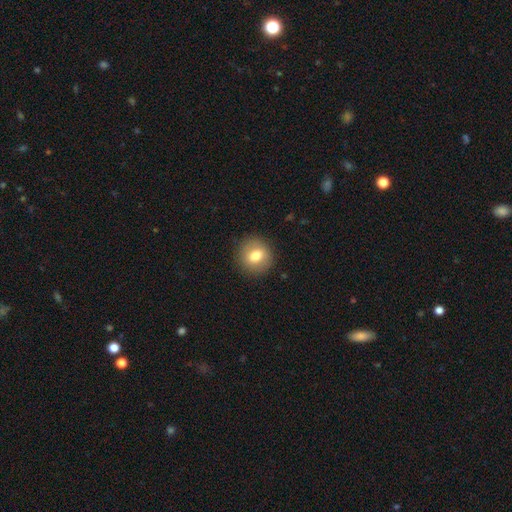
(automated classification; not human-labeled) A smooth galaxy with no disk features (75%) that is round (86%).

Vote fractions:
- Smooth or featured? smooth: 75% / featured or disk: 17% / star or artifact: 9%
- How rounded? round: 86% / in between: 13% / cigar-shaped: 1%
- Merging? none: 89% / minor disturbance: 8% / major disturbance: 3% / merger: 1%